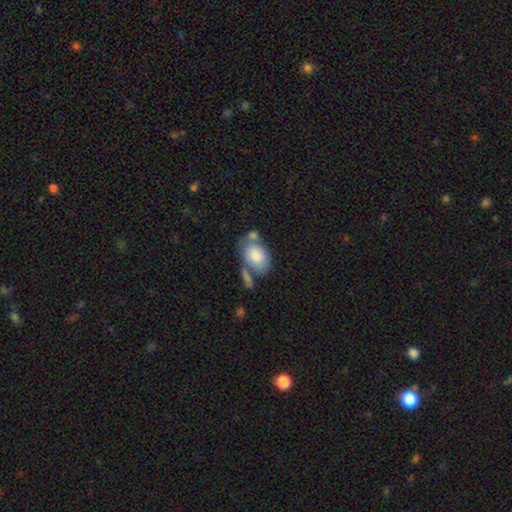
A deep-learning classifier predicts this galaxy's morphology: Q: Smooth or featured?
A: smooth (80%); runner-up: featured or disk (14%)
Q: How rounded?
A: in between (87%); runner-up: round (12%)
Q: Merging?
A: none (43%); runner-up: merger (31%)